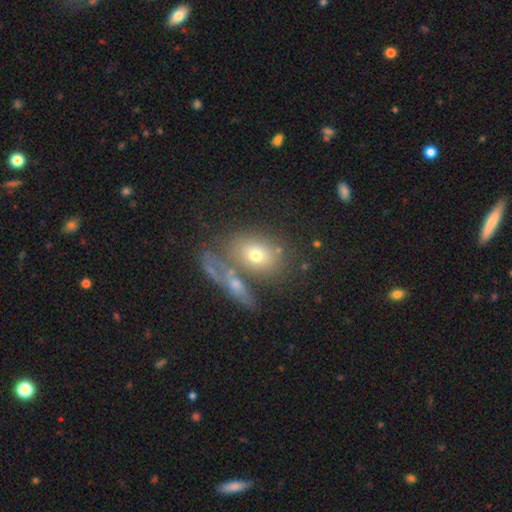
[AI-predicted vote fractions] The model was most divided on "merging": none: 50%, merger: 28%, minor disturbance: 14%, major disturbance: 9%. More confident: how rounded — in between (63%); smooth or featured — smooth (63%).